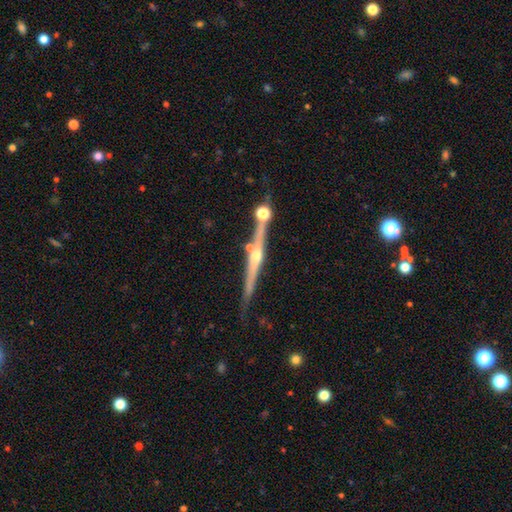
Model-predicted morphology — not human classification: Smooth or featured?
  - featured or disk: 77% *
  - smooth: 16%
  - star or artifact: 7%
Edge-on disk?
  - yes: 97% *
  - no: 3%
Edge-on bulge?
  - rounded: 90% *
  - none: 6%
  - boxy: 4%
Merging?
  - none: 71% *
  - minor disturbance: 14%
  - merger: 12%
  - major disturbance: 4%